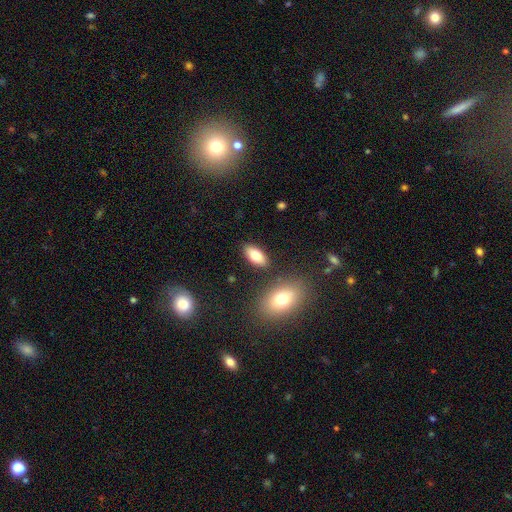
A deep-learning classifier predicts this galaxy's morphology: smooth_or_featured: smooth (p=0.76) [alt: featured or disk p=0.16]
how_rounded: in between (p=0.89) [alt: cigar-shaped p=0.07]
merging: none (p=0.85) [alt: minor disturbance p=0.09]